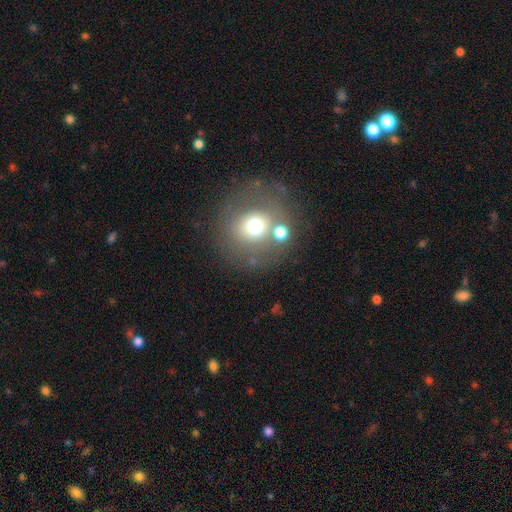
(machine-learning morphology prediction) smooth 58%, featured or disk 24%, star or artifact 18%. Down the decision tree: how rounded — round (86%); merging — none (69%).